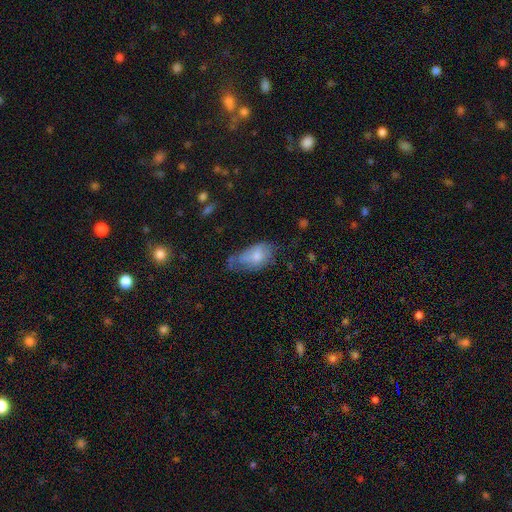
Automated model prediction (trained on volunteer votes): Smooth or featured?
  - smooth: 71% *
  - featured or disk: 21%
  - star or artifact: 8%
How rounded?
  - in between: 91% *
  - round: 6%
  - cigar-shaped: 3%
Merging?
  - minor disturbance: 40% *
  - none: 30%
  - major disturbance: 24%
  - merger: 6%